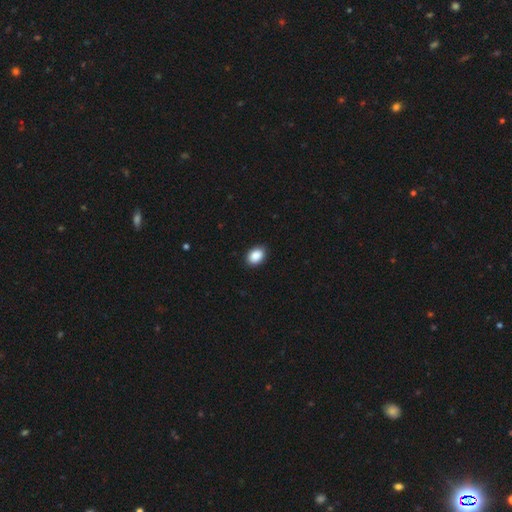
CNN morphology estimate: Q: Smooth or featured?
A: smooth (89%); runner-up: star or artifact (7%)
Q: How rounded?
A: in between (80%); runner-up: round (19%)
Q: Merging?
A: none (88%); runner-up: minor disturbance (9%)